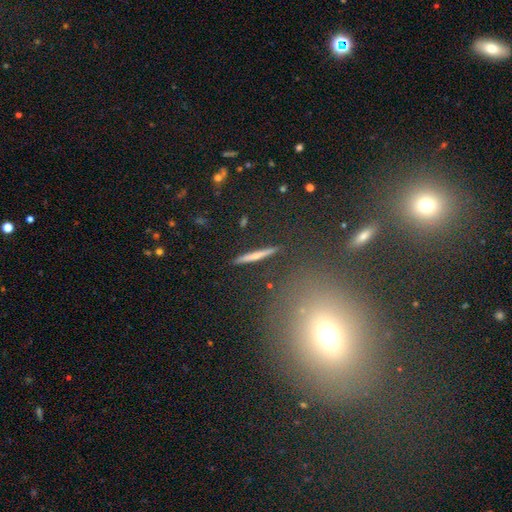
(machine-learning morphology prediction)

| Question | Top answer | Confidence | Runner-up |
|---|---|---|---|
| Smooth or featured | smooth | 49% | featured or disk (41%) |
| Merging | none | 89% | minor disturbance (7%) |